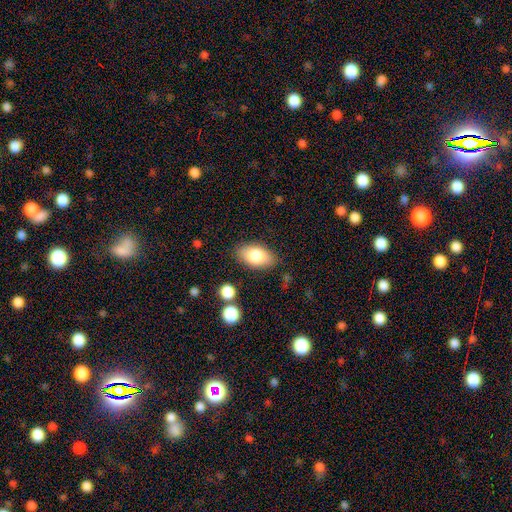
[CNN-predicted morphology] This appears to be a smooth galaxy with no disk features (80%) that is in between round and cigar-shaped (93%). Merging: none (83%).